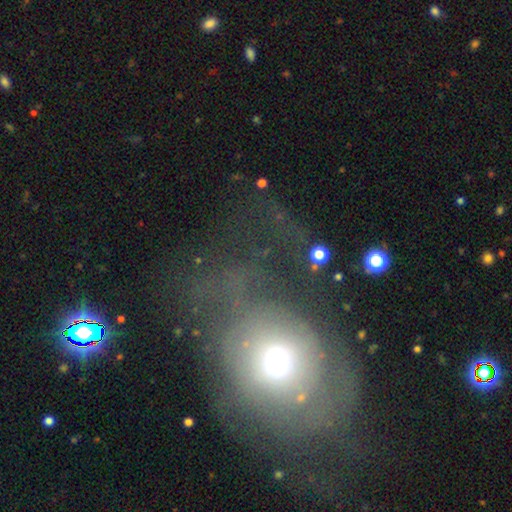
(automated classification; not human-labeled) This is marginally a smooth galaxy (45%). Merging: marginally major disturbance (44%).